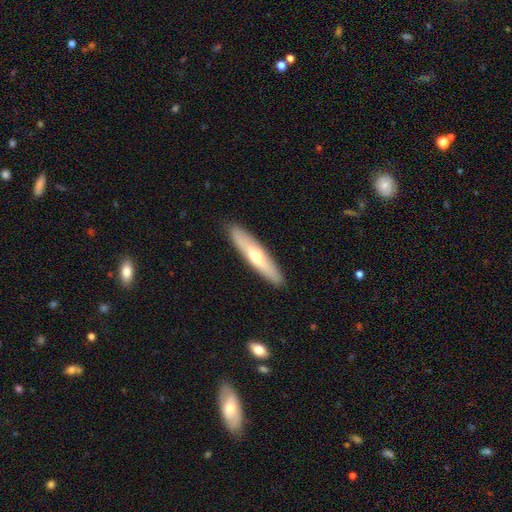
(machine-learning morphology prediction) This is possibly a featured or disk galaxy (47%, tied with smooth). Merging: clearly none (90%).